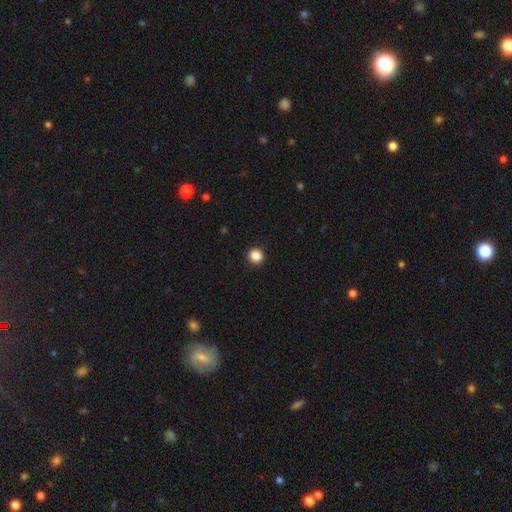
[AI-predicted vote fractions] Smooth or featured? Predicted: smooth (p=0.87). How rounded? Predicted: round (p=0.95). Merging? Predicted: none (p=0.93).